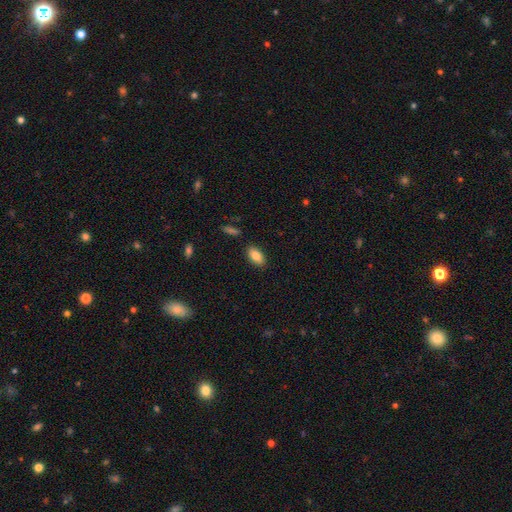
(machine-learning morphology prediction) Smooth or featured? smooth (86%)
How rounded? in between (91%)
Merging? none (87%)